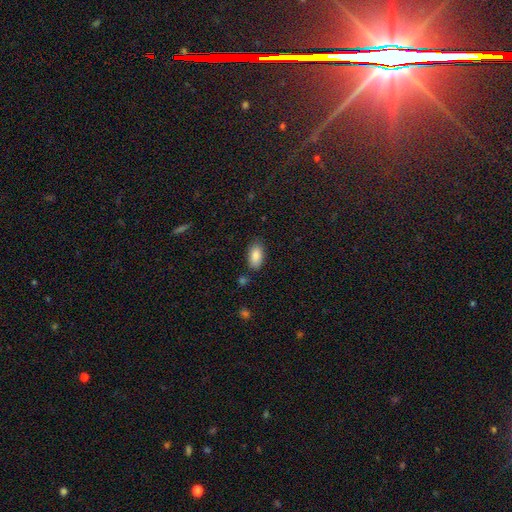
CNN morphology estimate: Overall: smooth (87%). How rounded: in between (93%). Merging: none (81%).